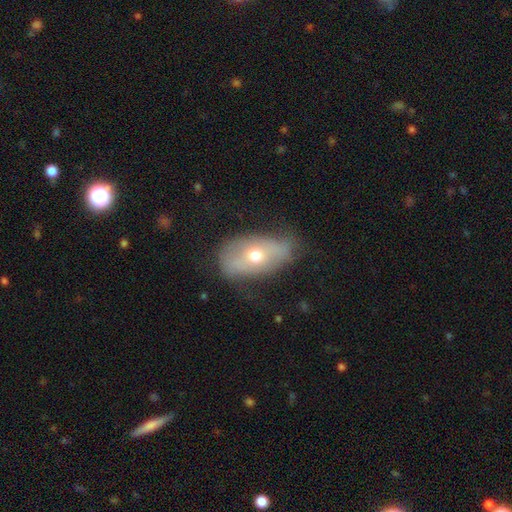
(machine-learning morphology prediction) smooth_or_featured: featured or disk (p=0.46) [alt: smooth p=0.45]
merging: none (p=0.59) [alt: minor disturbance p=0.28]